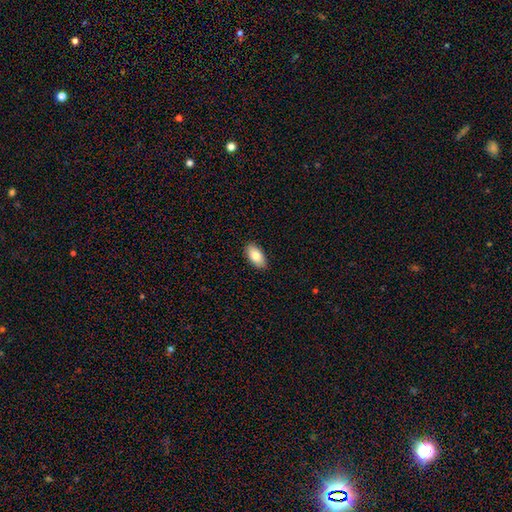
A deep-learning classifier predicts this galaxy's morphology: Smooth or featured: smooth — 83% (featured or disk — 11%)
How rounded: in between — 94% (cigar-shaped — 3%)
Merging: none — 89% (minor disturbance — 8%)